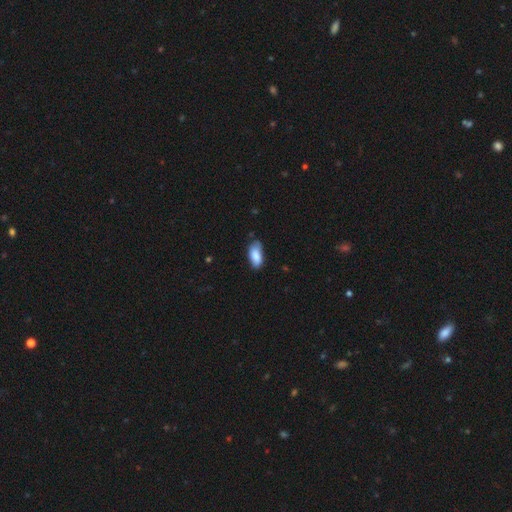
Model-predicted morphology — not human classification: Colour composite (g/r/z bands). It shows a smooth galaxy with no disk features (85%) that is in between round and cigar-shaped (91%). Merging: none (64%).